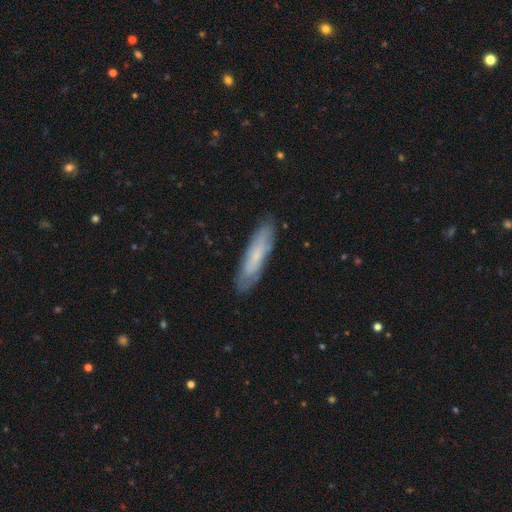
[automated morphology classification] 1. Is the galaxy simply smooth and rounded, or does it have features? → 51% smooth, 41% featured or disk, 7% star or artifact.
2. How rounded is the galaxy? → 75% cigar-shaped, 24% in between, 2% round.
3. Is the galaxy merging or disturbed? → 85% none, 12% minor disturbance, 2% major disturbance, 1% merger.